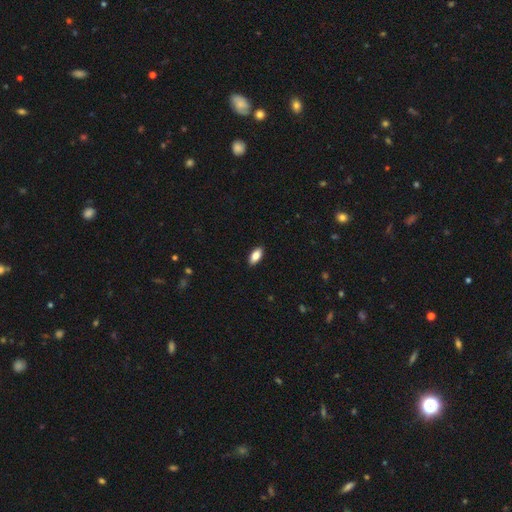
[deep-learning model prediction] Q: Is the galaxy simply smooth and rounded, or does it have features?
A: smooth — 83%.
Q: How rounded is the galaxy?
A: in between — 89%.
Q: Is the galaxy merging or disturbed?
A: none — 90%.